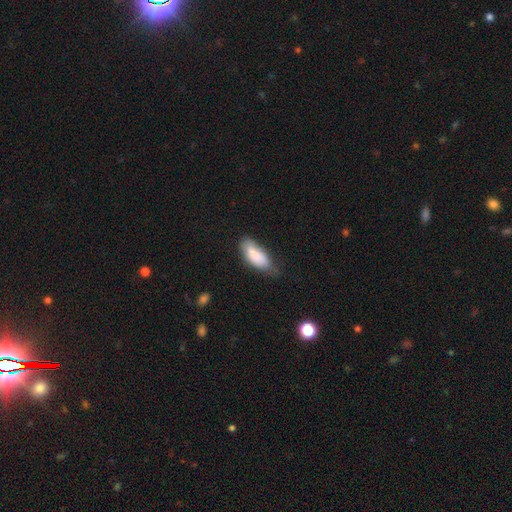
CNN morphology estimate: Overall: smooth (84%). How rounded: in between (79%). Merging: none (53%; minor disturbance 36%).